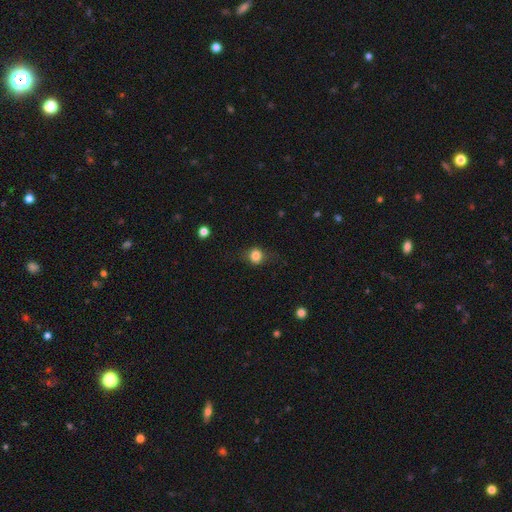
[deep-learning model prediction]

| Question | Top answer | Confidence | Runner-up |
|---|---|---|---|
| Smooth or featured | smooth | 79% | star or artifact (11%) |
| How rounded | round | 78% | in between (20%) |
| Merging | none | 74% | minor disturbance (18%) |